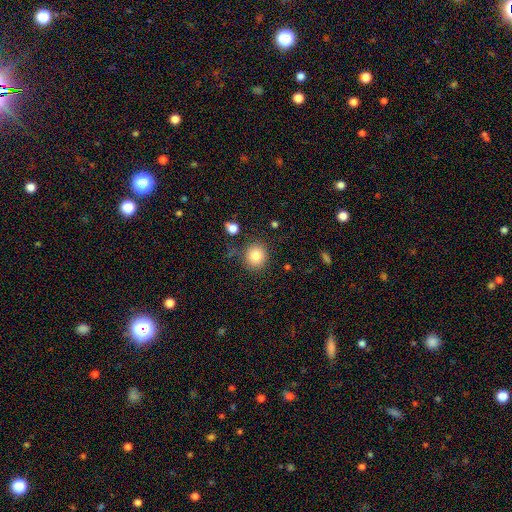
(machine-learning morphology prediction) Overall: smooth (83%). How rounded: round (87%). Merging: none (83%).